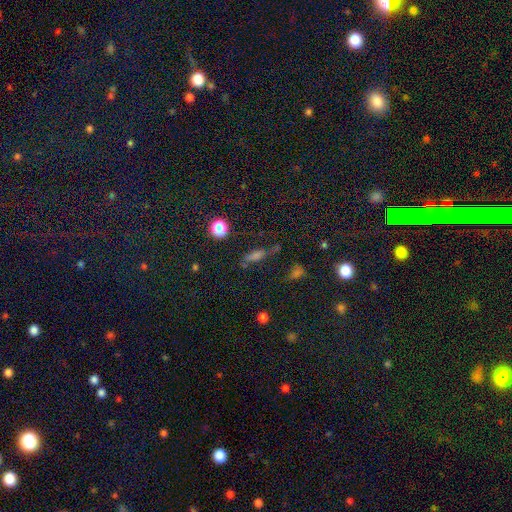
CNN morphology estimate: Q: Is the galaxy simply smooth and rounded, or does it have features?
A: smooth — 56%.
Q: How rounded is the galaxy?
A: cigar-shaped — 50%.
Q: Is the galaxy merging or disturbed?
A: none — 66%.